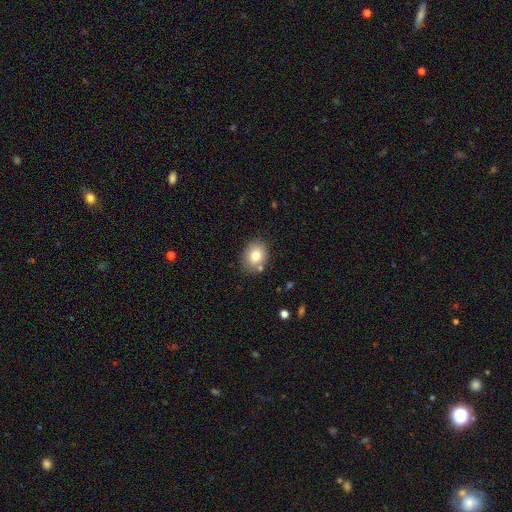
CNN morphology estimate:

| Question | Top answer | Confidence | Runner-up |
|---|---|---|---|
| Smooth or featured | smooth | 78% | featured or disk (12%) |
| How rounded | round | 55% | in between (44%) |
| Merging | none | 79% | minor disturbance (13%) |